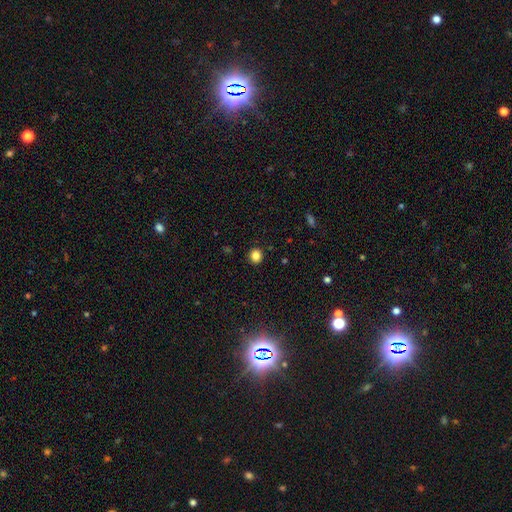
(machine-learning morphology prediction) Smooth or featured: smooth — 84% (star or artifact — 11%)
How rounded: round — 86% (in between — 13%)
Merging: none — 92% (minor disturbance — 5%)